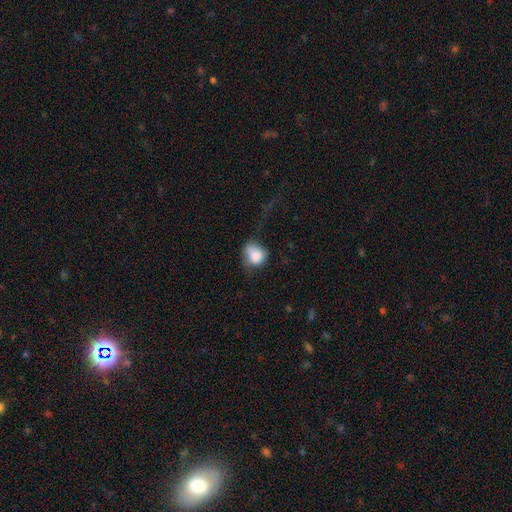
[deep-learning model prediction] Smooth or featured: smooth — 82% (featured or disk — 9%)
How rounded: round — 57% (in between — 42%)
Merging: none — 38% (minor disturbance — 33%)